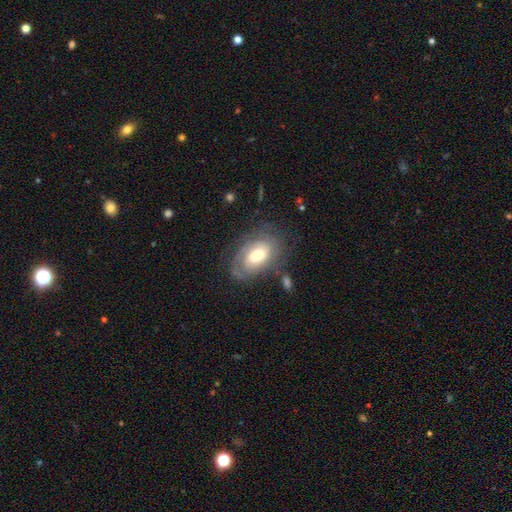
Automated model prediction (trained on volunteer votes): Smooth or featured: featured or disk — 62% (smooth — 30%)
Edge-on disk: no — 94% (yes — 6%)
Bar: no — 63% (weak — 30%)
Spiral arms: yes — 77% (no — 23%)
Bulge size: moderate — 49% (large — 35%)
Merging: none — 66% (minor disturbance — 20%)